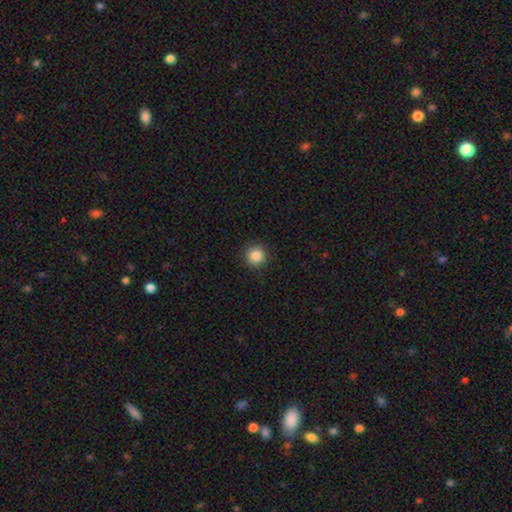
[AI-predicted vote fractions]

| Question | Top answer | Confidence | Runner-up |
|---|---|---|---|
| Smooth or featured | smooth | 86% | star or artifact (10%) |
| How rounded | round | 96% | in between (3%) |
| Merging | none | 92% | minor disturbance (5%) |